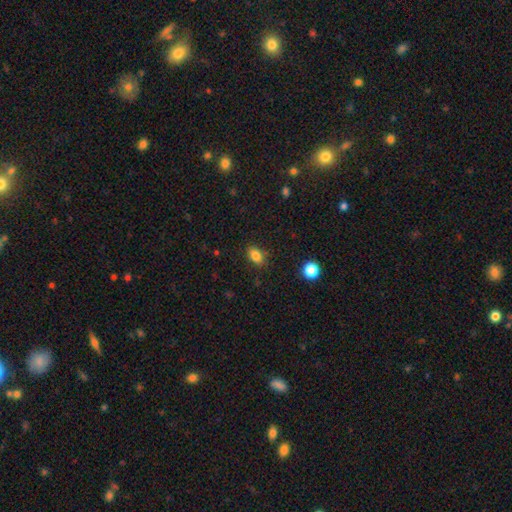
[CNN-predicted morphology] Smooth or featured? Predicted: smooth (p=0.83). How rounded? Predicted: in between (p=0.82). Merging? Predicted: none (p=0.85).